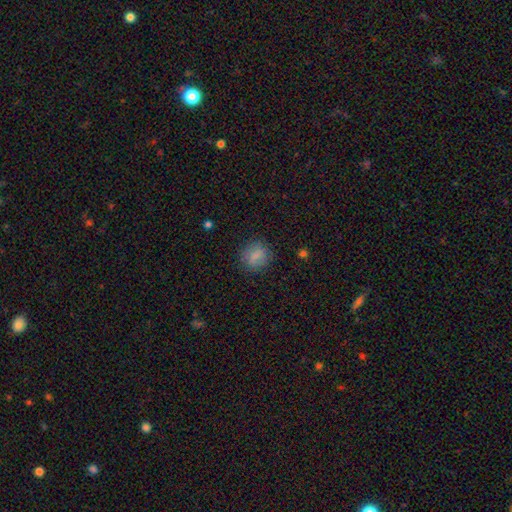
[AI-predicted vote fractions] The model was most divided on "how rounded": round: 69%, in between: 29%, cigar-shaped: 2%. More confident: smooth or featured — smooth (79%); merging — none (77%).